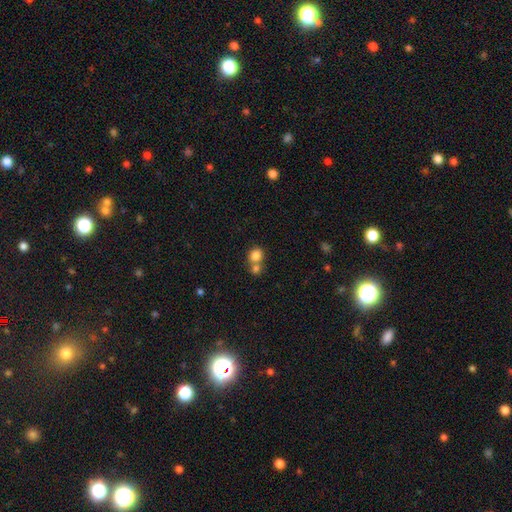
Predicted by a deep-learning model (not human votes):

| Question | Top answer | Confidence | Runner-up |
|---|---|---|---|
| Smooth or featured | smooth | 82% | star or artifact (10%) |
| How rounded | round | 74% | in between (25%) |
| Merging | merger | 50% | none (40%) |